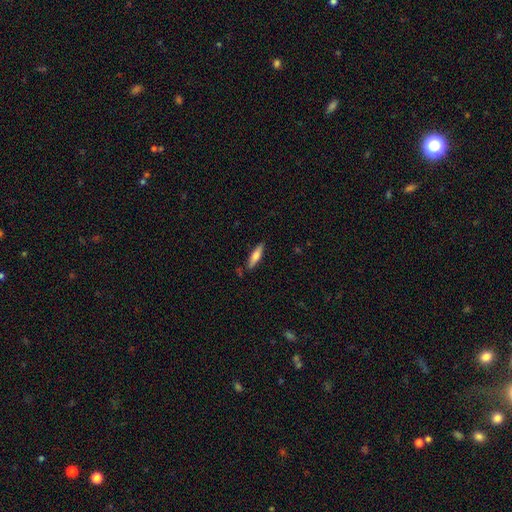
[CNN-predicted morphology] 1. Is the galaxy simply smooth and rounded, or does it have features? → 63% smooth, 31% featured or disk, 6% star or artifact.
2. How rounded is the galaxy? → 73% cigar-shaped, 25% in between, 2% round.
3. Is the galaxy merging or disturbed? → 84% none, 12% minor disturbance, 3% merger, 2% major disturbance.